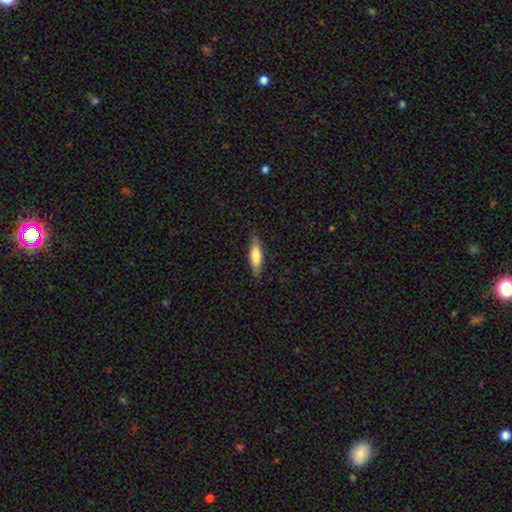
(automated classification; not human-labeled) This is likely a smooth galaxy (71%). How rounded: likely cigar-shaped (60%). Merging: clearly none (83%).